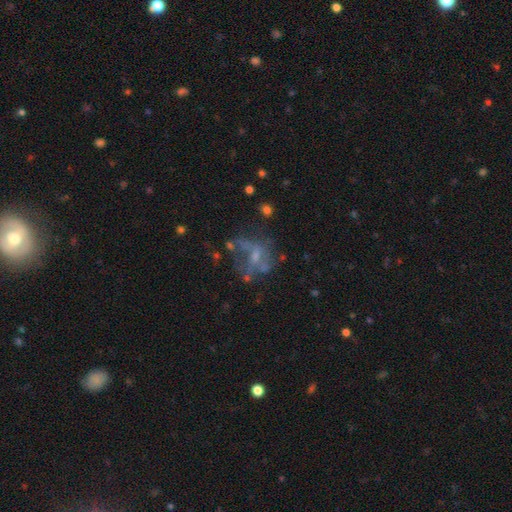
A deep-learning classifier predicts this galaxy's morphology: smooth-or-featured: featured or disk: 59% | smooth: 23% | star or artifact: 18%
  disk-edge-on: no: 97% | yes: 3%
    bar: no: 62% | weak: 31% | strong: 8%
    has-spiral-arms: no: 69% | yes: 31%
    bulge-size: small: 40% | moderate: 29% | none: 27% | large: 3% | dominant: 1%
  merging: none: 40% | major disturbance: 31% | minor disturbance: 18% | merger: 10%